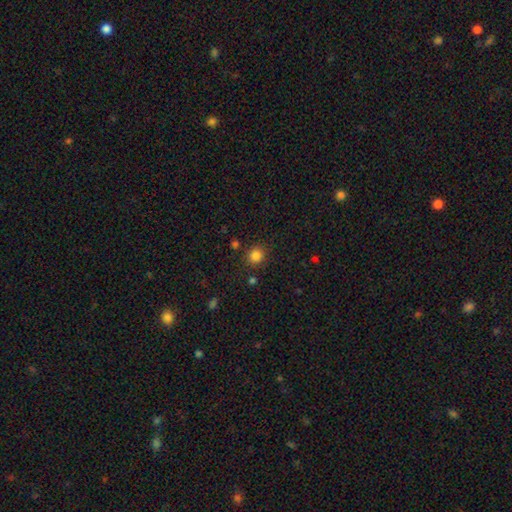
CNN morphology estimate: Smooth or featured?
  - smooth: 83% *
  - star or artifact: 13%
  - featured or disk: 4%
How rounded?
  - round: 88% *
  - in between: 11%
  - cigar-shaped: 1%
Merging?
  - none: 87% *
  - minor disturbance: 7%
  - merger: 3%
  - major disturbance: 3%